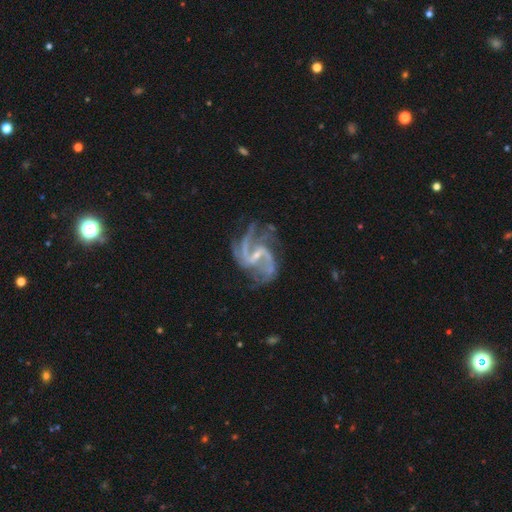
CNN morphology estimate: Smooth or featured?
  - featured or disk: 92% *
  - star or artifact: 6%
  - smooth: 3%
Edge-on disk?
  - no: 98% *
  - yes: 2%
Bar?
  - weak: 45% *
  - strong: 36%
  - no: 19%
Spiral arms?
  - yes: 98% *
  - no: 2%
Spiral winding?
  - loose: 47% *
  - medium: 42%
  - tight: 11%
Spiral arm count?
  - 2: 59% *
  - 3: 17%
  - can't tell: 7%
  - 4: 7%
  - 1: 5%
  - more than 4: 5%
Bulge size?
  - small: 73% *
  - moderate: 17%
  - none: 8%
  - large: 1%
  - dominant: 1%
Merging?
  - none: 61% *
  - minor disturbance: 19%
  - major disturbance: 16%
  - merger: 3%